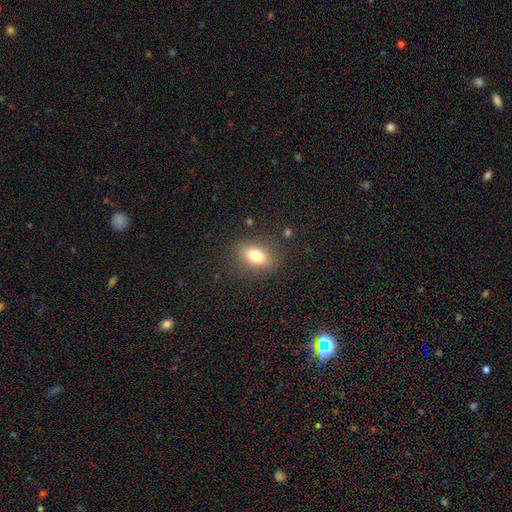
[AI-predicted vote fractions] A smooth galaxy with no disk features (78%) that is in between round and cigar-shaped (82%). Merging: none (84%).